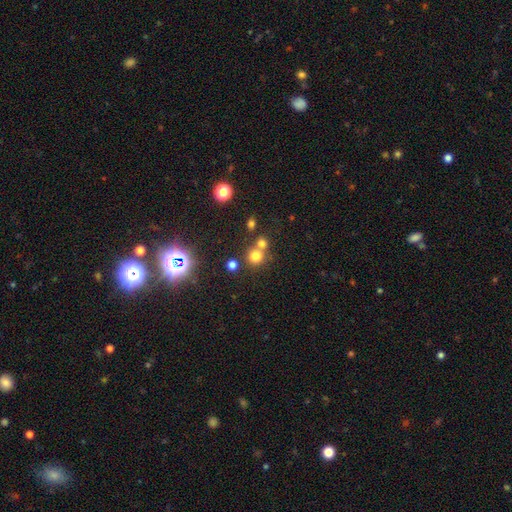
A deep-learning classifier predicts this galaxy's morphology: smooth-or-featured: smooth: 72% | star or artifact: 20% | featured or disk: 8%
  how-rounded: round: 90% | in between: 9% | cigar-shaped: 1%
  merging: none: 57% | merger: 33% | minor disturbance: 7% | major disturbance: 3%